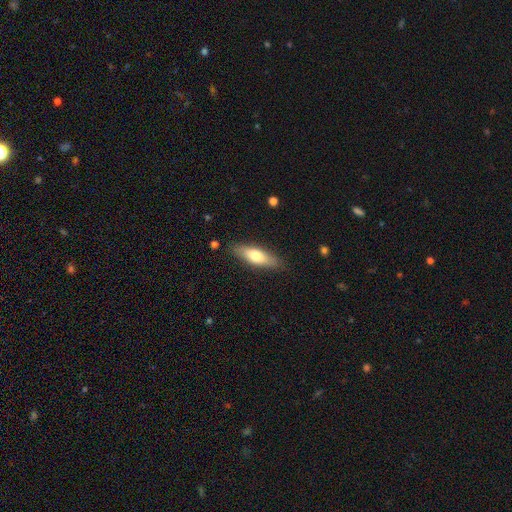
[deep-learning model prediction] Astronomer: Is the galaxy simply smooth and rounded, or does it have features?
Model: smooth — 66%.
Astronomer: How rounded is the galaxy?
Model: in between — 49% (runner-up: cigar-shaped, 48%).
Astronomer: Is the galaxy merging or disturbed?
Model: none — 85%.